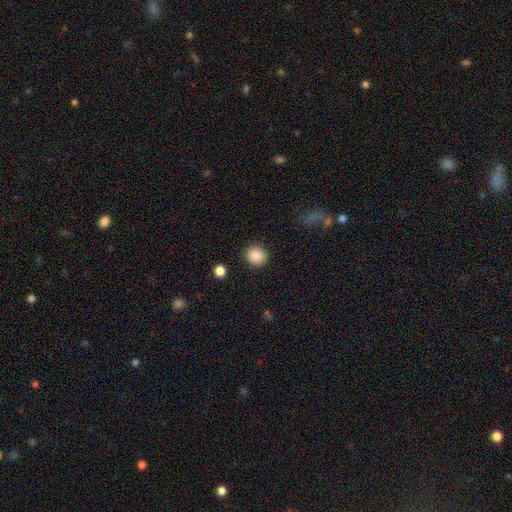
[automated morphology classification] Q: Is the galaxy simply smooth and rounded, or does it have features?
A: smooth — 88%.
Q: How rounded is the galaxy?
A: round — 86%.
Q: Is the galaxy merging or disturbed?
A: none — 89%.